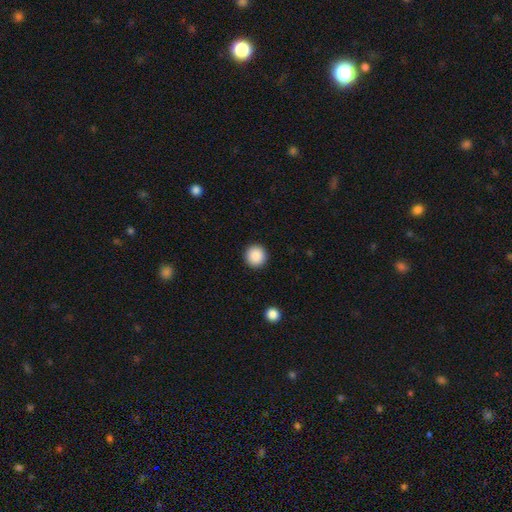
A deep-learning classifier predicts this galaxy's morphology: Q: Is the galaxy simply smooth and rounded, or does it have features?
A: smooth — 89%.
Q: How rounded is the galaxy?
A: round — 95%.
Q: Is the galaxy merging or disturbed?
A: none — 93%.